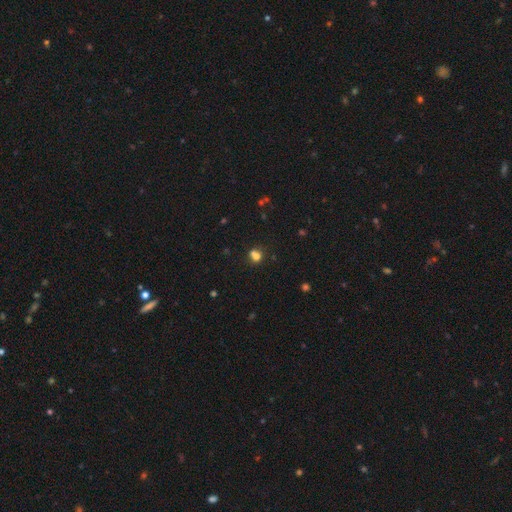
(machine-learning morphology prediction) smooth 72%, star or artifact 17%, featured or disk 11%. Down the decision tree: how rounded — round (70%); merging — none (44%).